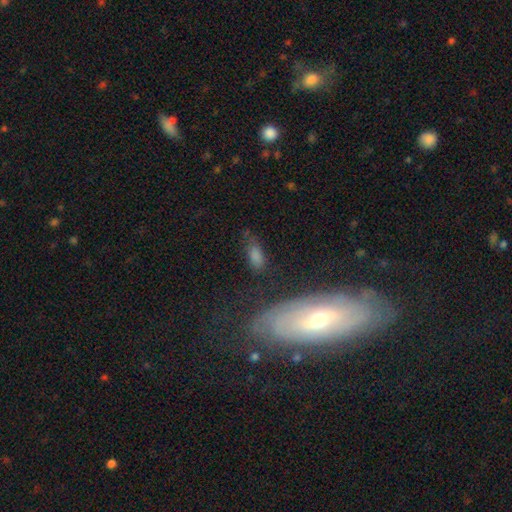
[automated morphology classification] smooth-or-featured: smooth: 62% | featured or disk: 23% | star or artifact: 15%
  how-rounded: in between: 74% | cigar-shaped: 19% | round: 8%
  merging: none: 60% | minor disturbance: 23% | major disturbance: 12% | merger: 6%